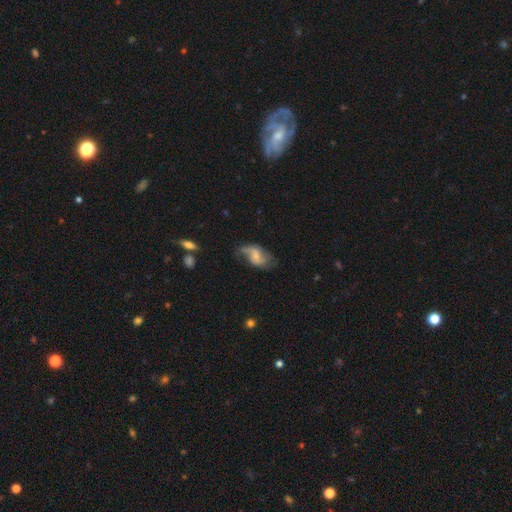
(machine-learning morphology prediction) Smooth or featured?
  - featured or disk: 66% *
  - smooth: 27%
  - star or artifact: 7%
Edge-on disk?
  - no: 96% *
  - yes: 4%
Bar?
  - weak: 45% *
  - no: 44%
  - strong: 11%
Spiral arms?
  - yes: 89% *
  - no: 11%
Spiral winding?
  - loose: 63% *
  - medium: 29%
  - tight: 8%
Spiral arm count?
  - 2: 77% *
  - 1: 13%
  - can't tell: 7%
  - 3: 2%
  - 4: 1%
  - more than 4: 1%
Bulge size?
  - small: 52% *
  - moderate: 31%
  - none: 13%
  - large: 3%
  - dominant: 1%
Merging?
  - none: 50% *
  - minor disturbance: 27%
  - major disturbance: 20%
  - merger: 3%